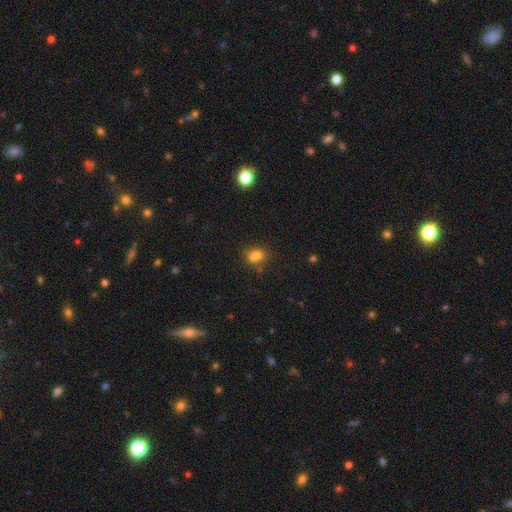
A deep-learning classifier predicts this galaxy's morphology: smooth-or-featured: smooth: 71% | star or artifact: 15% | featured or disk: 14%
  how-rounded: round: 54% | in between: 45% | cigar-shaped: 2%
  merging: none: 46% | merger: 34% | minor disturbance: 15% | major disturbance: 6%